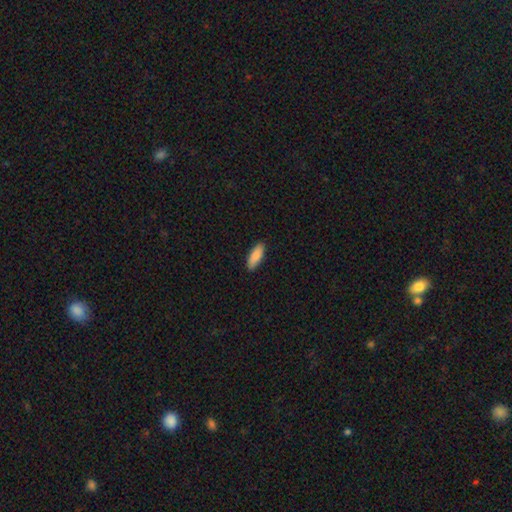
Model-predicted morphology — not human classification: The model was most divided on "how rounded": in between: 67%, cigar-shaped: 31%, round: 2%. More confident: merging — none (89%); smooth or featured — smooth (88%).